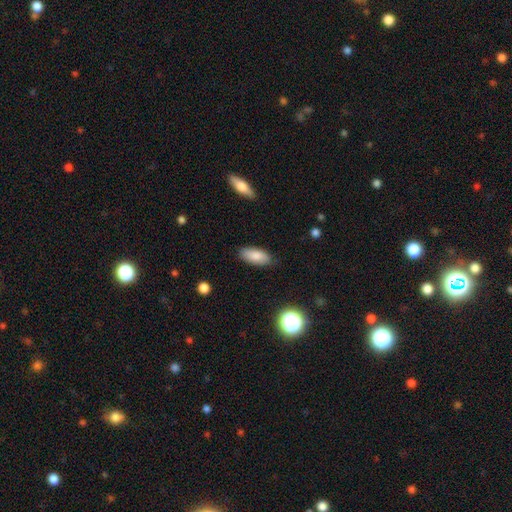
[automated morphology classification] This appears to be a smooth galaxy with no disk features (85%) that is in between round and cigar-shaped (84%). Merging: none (85%).